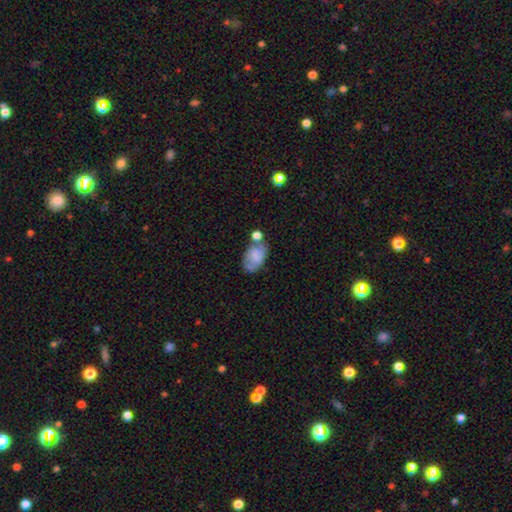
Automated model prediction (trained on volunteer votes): smooth 66%, featured or disk 26%, star or artifact 9%. Down the decision tree: how rounded — in between (90%); merging — none (38%).